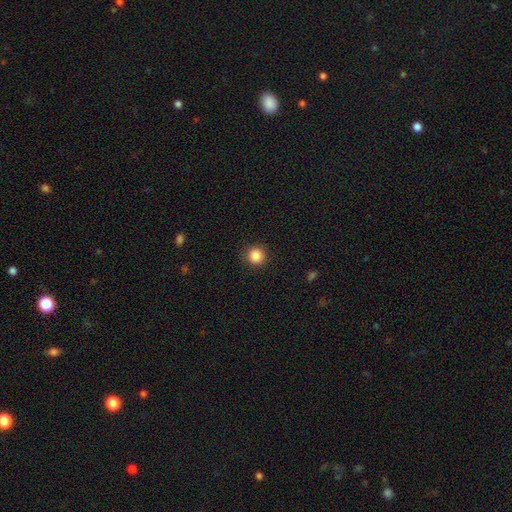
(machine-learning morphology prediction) The model was most divided on "smooth or featured": smooth: 86%, star or artifact: 10%, featured or disk: 3%. More confident: how rounded — round (93%); merging — none (90%).